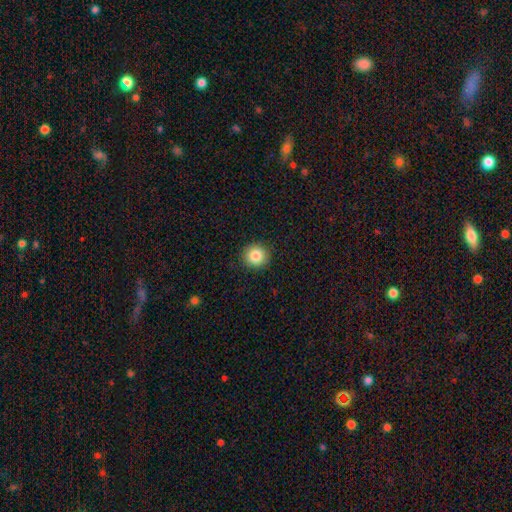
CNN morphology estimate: Smooth or featured? Predicted: smooth (p=0.85). How rounded? Predicted: round (p=0.92). Merging? Predicted: none (p=0.92).